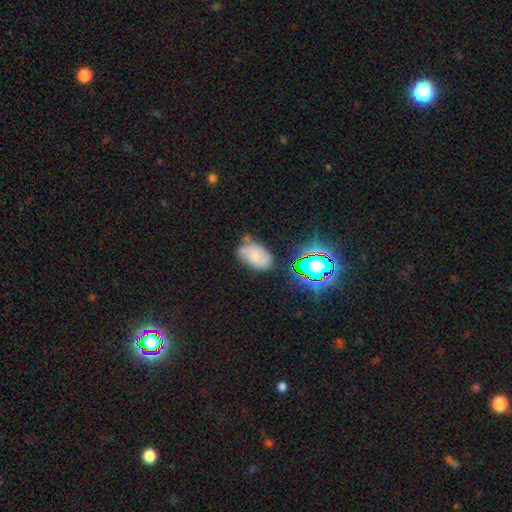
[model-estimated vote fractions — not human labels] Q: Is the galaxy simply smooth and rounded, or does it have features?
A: smooth — 52%.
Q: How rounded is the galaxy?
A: in between — 87%.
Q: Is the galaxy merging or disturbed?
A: none — 56%.